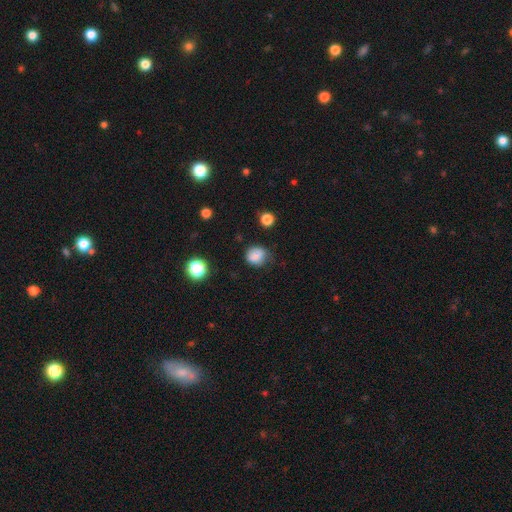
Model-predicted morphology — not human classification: smooth 82%, star or artifact 11%, featured or disk 7%. Down the decision tree: how rounded — round (75%); merging — none (65%).